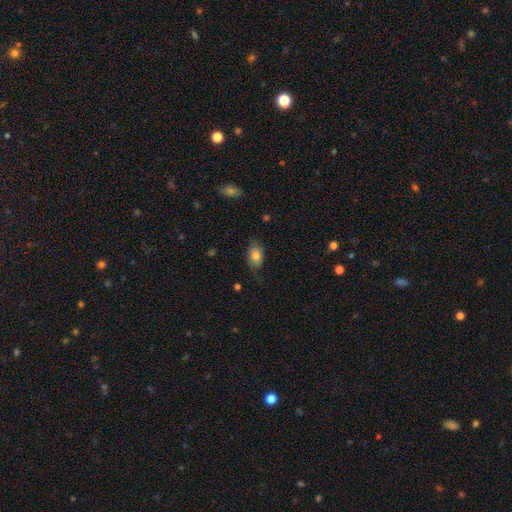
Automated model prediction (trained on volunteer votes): Smooth or featured? Predicted: smooth (p=0.77). How rounded? Predicted: in between (p=0.86). Merging? Predicted: none (p=0.67).